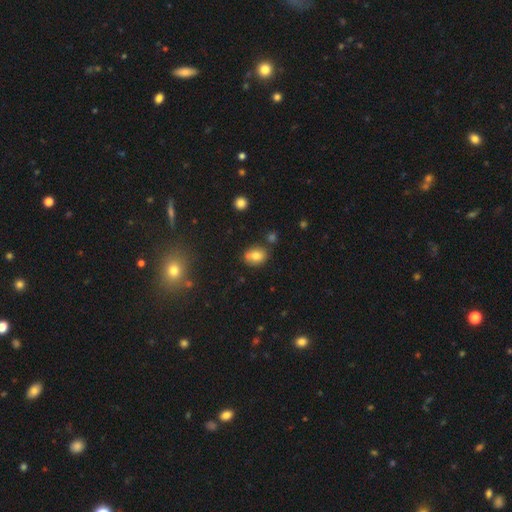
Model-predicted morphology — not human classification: smooth_or_featured: smooth (p=0.78) [alt: featured or disk p=0.11]
how_rounded: in between (p=0.66) [alt: round p=0.33]
merging: none (p=0.73) [alt: minor disturbance p=0.16]